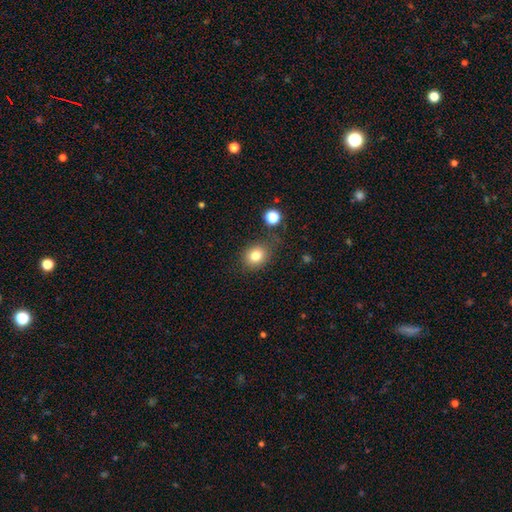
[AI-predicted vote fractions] This is clearly a smooth galaxy (80%). How rounded: likely round (67%). Merging: likely none (75%).